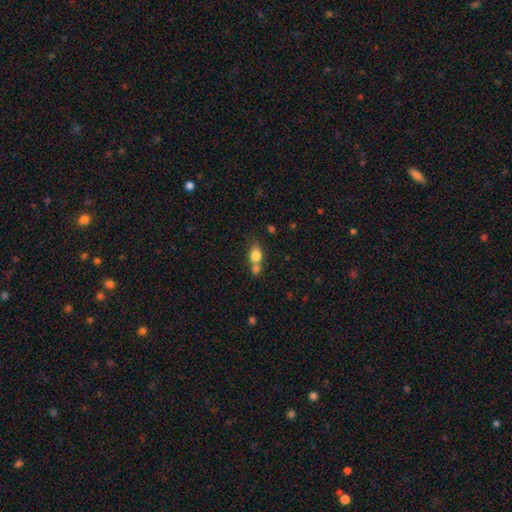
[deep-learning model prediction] Morphology: type=smooth (78%); roundness=in between (64%); merging=merger (47%).